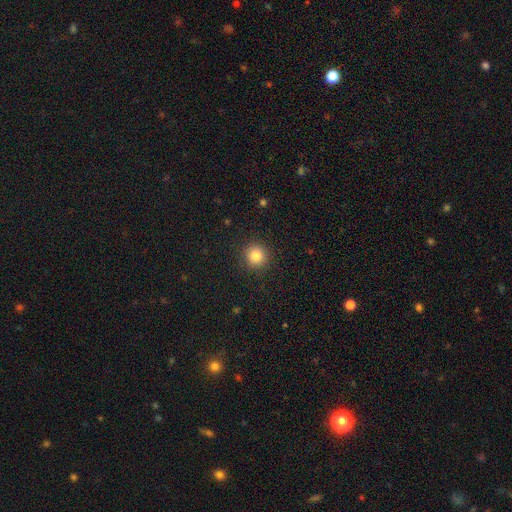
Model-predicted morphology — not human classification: type=smooth (83%); roundness=round (94%); merging=none (92%).